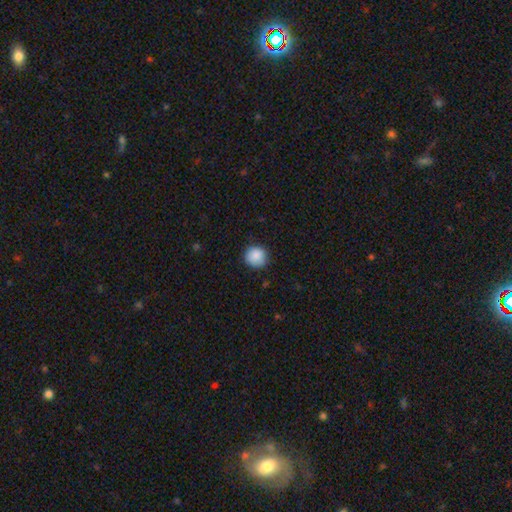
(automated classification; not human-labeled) smooth-or-featured: smooth: 88% | star or artifact: 8% | featured or disk: 4%
  how-rounded: round: 90% | in between: 9% | cigar-shaped: 1%
  merging: none: 82% | minor disturbance: 14% | major disturbance: 3% | merger: 1%